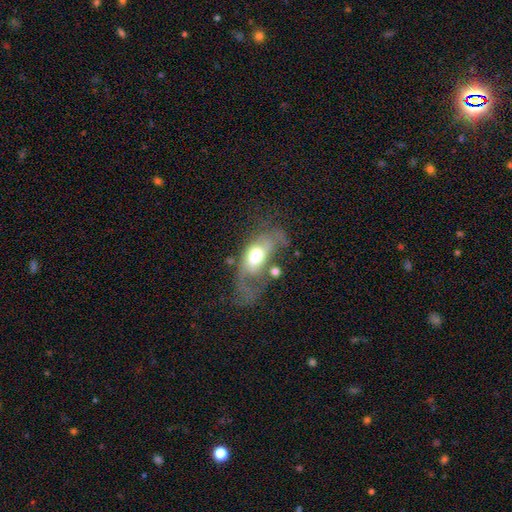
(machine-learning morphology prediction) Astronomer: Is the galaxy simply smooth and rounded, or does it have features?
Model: featured or disk — 51% (runner-up: smooth, 41%).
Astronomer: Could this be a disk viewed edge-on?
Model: no — 89%.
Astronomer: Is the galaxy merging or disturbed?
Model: major disturbance — 45% (runner-up: none, 23%).